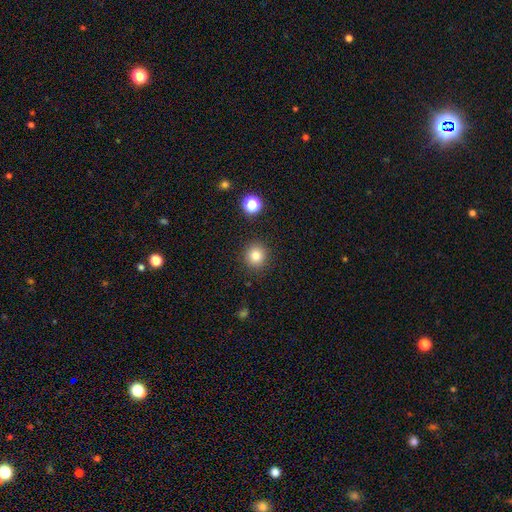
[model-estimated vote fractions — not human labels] Smooth or featured? Predicted: smooth (p=0.81). How rounded? Predicted: round (p=0.91). Merging? Predicted: none (p=0.90).